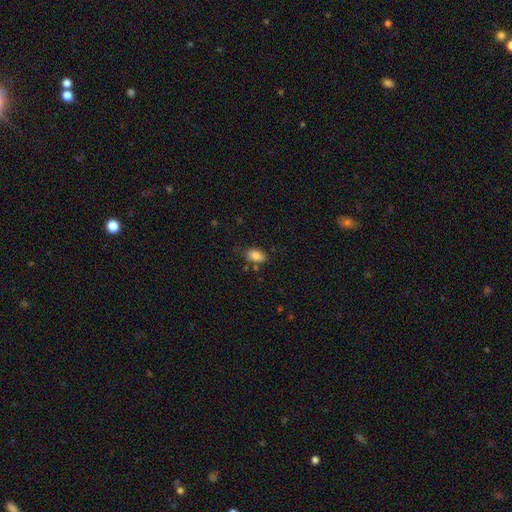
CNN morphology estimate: This appears to be a smooth galaxy with no disk features (85%) that is in between round and cigar-shaped (89%). Merging: none (75%).